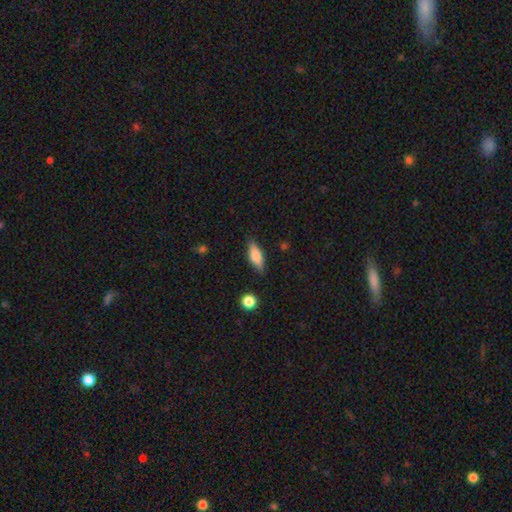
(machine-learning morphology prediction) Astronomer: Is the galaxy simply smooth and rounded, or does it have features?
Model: smooth — 69%.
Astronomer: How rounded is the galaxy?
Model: in between — 58% (runner-up: cigar-shaped, 39%).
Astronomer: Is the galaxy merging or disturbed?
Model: none — 83%.